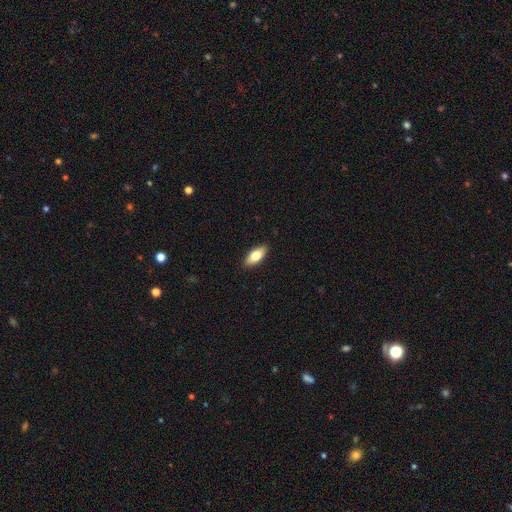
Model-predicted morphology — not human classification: A smooth galaxy with no disk features (75%) that is in between round and cigar-shaped (85%).

Vote fractions:
- Smooth or featured? smooth: 75% / featured or disk: 19% / star or artifact: 6%
- How rounded? in between: 85% / cigar-shaped: 13% / round: 3%
- Merging? none: 90% / minor disturbance: 8% / major disturbance: 2% / merger: 1%